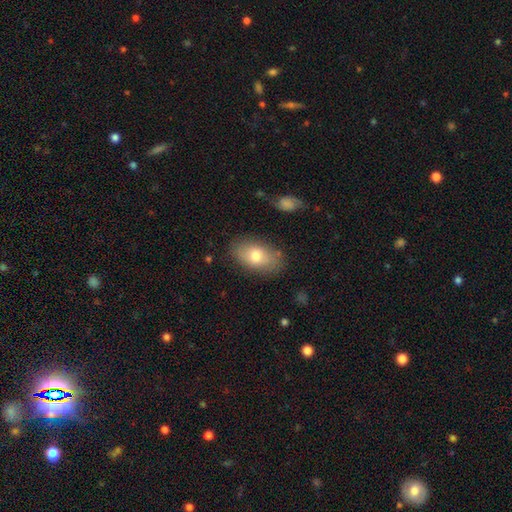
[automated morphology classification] A smooth galaxy with no disk features (73%) that is in between round and cigar-shaped (91%).

Vote fractions:
- Smooth or featured? smooth: 73% / featured or disk: 19% / star or artifact: 8%
- How rounded? in between: 91% / round: 7% / cigar-shaped: 2%
- Merging? none: 81% / minor disturbance: 13% / major disturbance: 3% / merger: 2%